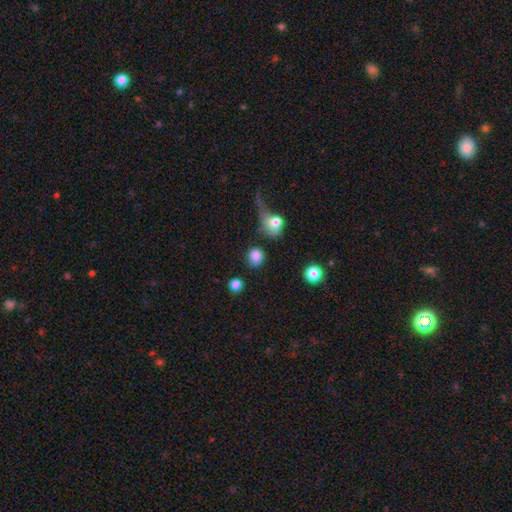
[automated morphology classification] smooth 82%, star or artifact 11%, featured or disk 7%. Down the decision tree: how rounded — round (80%); merging — none (64%).